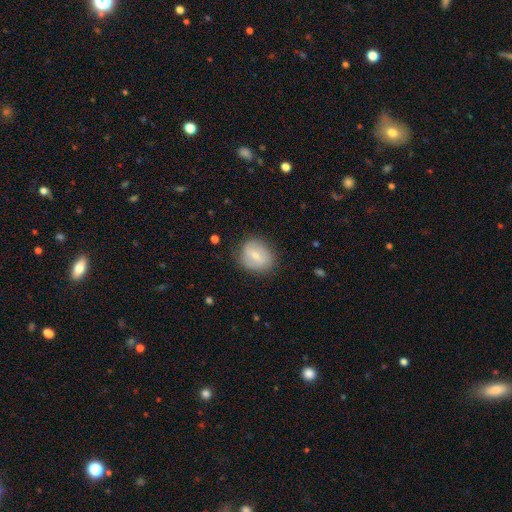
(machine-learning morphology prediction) smooth 62%, featured or disk 31%, star or artifact 7%. Down the decision tree: how rounded — round (63%); merging — none (76%).